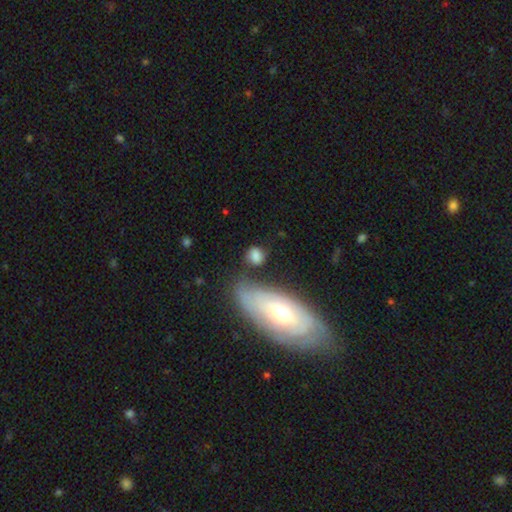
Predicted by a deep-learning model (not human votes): smooth 75%, featured or disk 15%, star or artifact 10%. Down the decision tree: how rounded — round (49%); merging — none (60%).